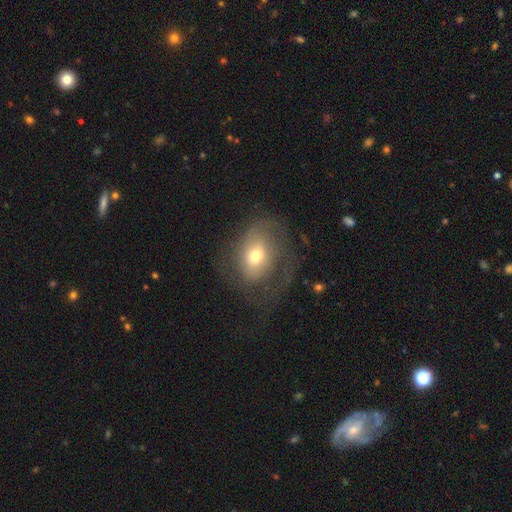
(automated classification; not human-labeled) Overall: featured or disk (46%; smooth 44%). Merging: none (41%; major disturbance 35%).